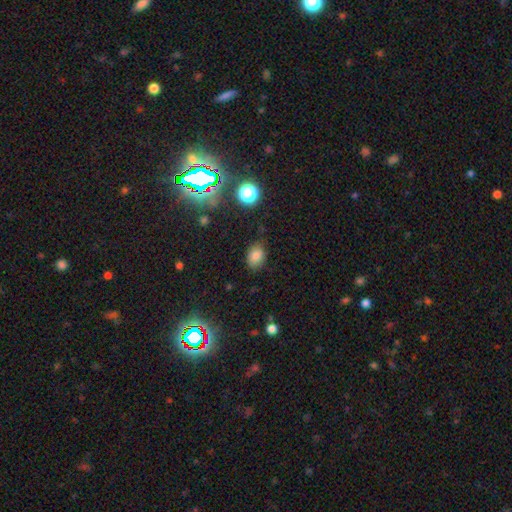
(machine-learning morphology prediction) Smooth or featured: smooth — 78% (star or artifact — 14%)
How rounded: in between — 71% (round — 28%)
Merging: none — 78% (minor disturbance — 16%)